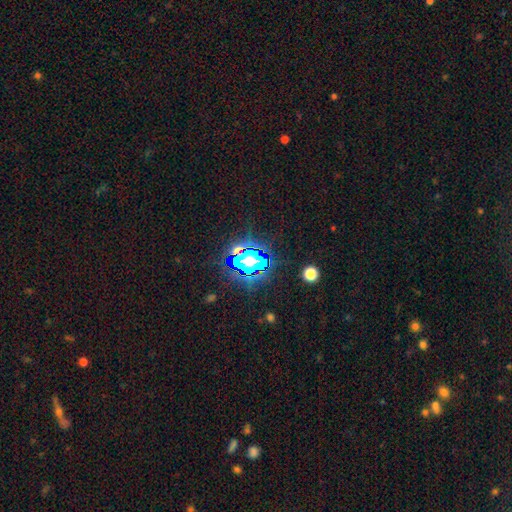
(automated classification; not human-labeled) A star or artifact, not a galaxy (79%).